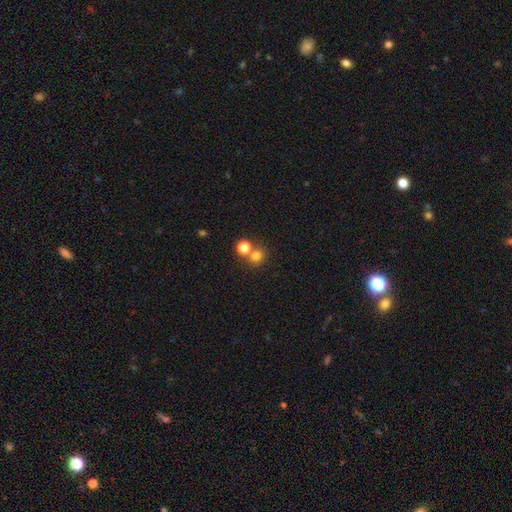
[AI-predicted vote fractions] Overall: smooth (75%). How rounded: round (85%). Merging: none (57%; merger 34%).